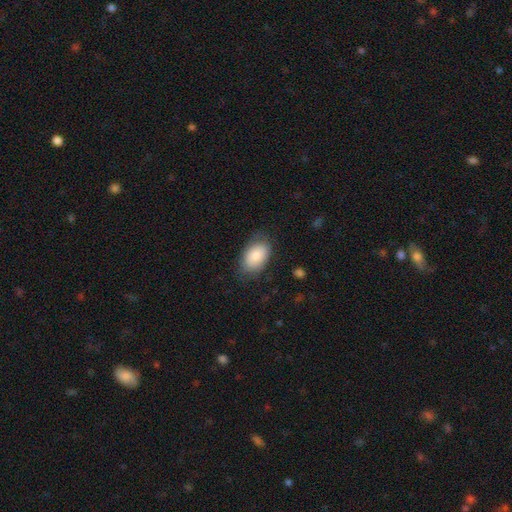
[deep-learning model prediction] Overall: smooth (84%). How rounded: in between (91%). Merging: none (75%).